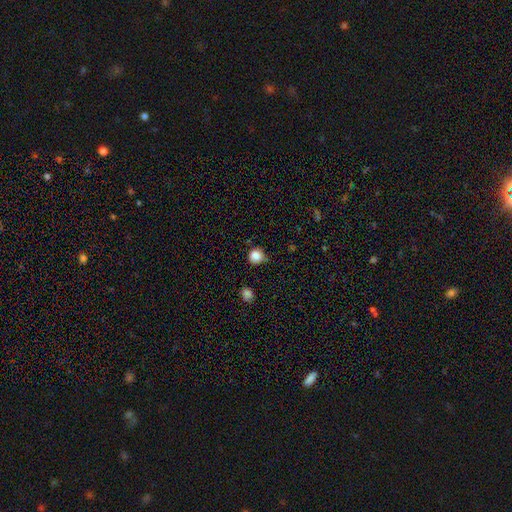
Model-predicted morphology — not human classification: A smooth galaxy with no disk features (85%) that is round (93%).

Vote fractions:
- Smooth or featured? smooth: 85% / star or artifact: 11% / featured or disk: 3%
- How rounded? round: 93% / in between: 6% / cigar-shaped: 1%
- Merging? none: 79% / minor disturbance: 14% / merger: 3% / major disturbance: 3%